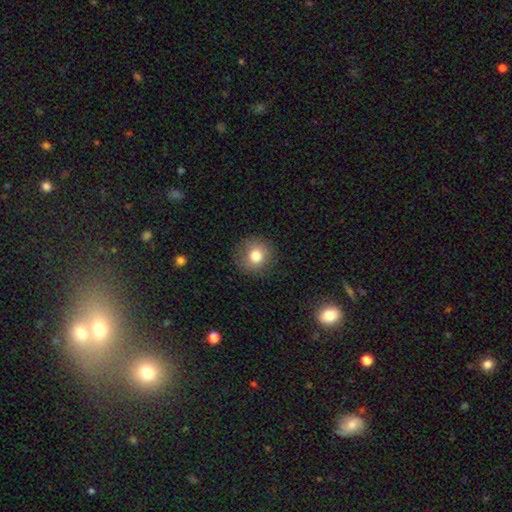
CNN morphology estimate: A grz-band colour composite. It shows a smooth galaxy with no disk features (79%) that is round (90%). Merging: none (86%).